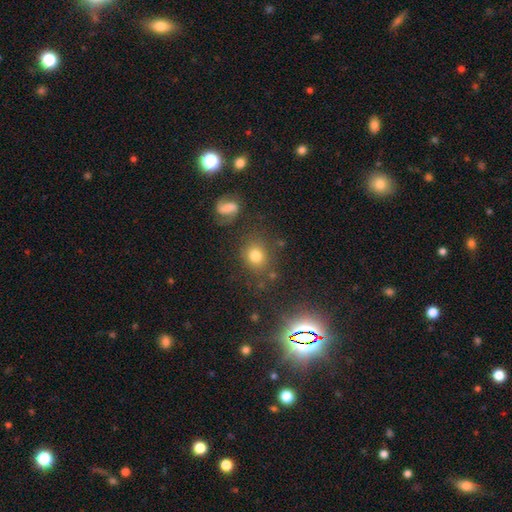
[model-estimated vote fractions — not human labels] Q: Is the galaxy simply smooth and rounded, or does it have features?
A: smooth — 74%.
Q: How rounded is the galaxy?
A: round — 73%.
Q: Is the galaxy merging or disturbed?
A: none — 76%.